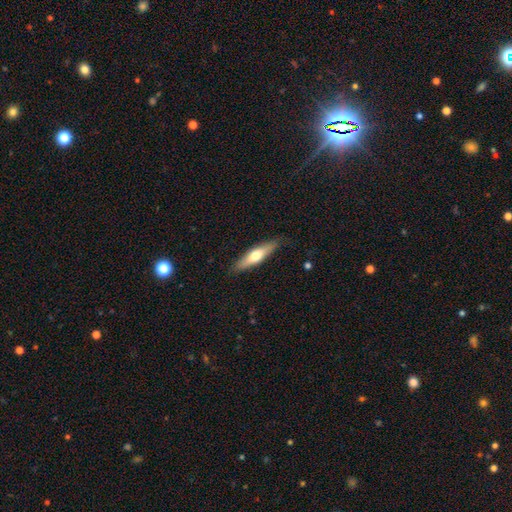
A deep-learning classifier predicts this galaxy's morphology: A smooth galaxy with no disk features (54%) that is cigar-shaped (71%).

Vote fractions:
- Smooth or featured? smooth: 54% / featured or disk: 40% / star or artifact: 6%
- How rounded? cigar-shaped: 71% / in between: 27% / round: 2%
- Merging? none: 86% / minor disturbance: 11% / major disturbance: 2% / merger: 1%